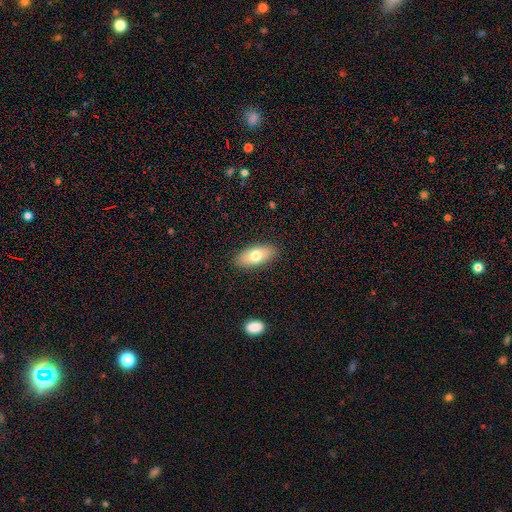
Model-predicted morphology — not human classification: smooth-or-featured: smooth: 73% | featured or disk: 20% | star or artifact: 7%
  how-rounded: in between: 87% | cigar-shaped: 10% | round: 3%
  merging: none: 88% | minor disturbance: 8% | major disturbance: 2% | merger: 1%